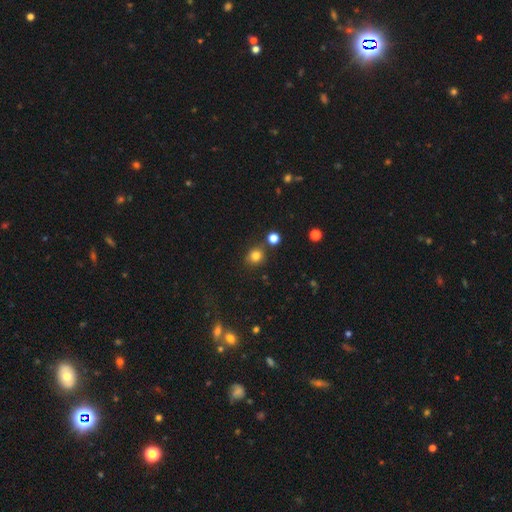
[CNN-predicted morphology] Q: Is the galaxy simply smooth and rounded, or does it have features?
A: smooth — 80%.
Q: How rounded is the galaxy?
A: round — 83%.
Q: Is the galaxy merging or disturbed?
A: none — 78%.